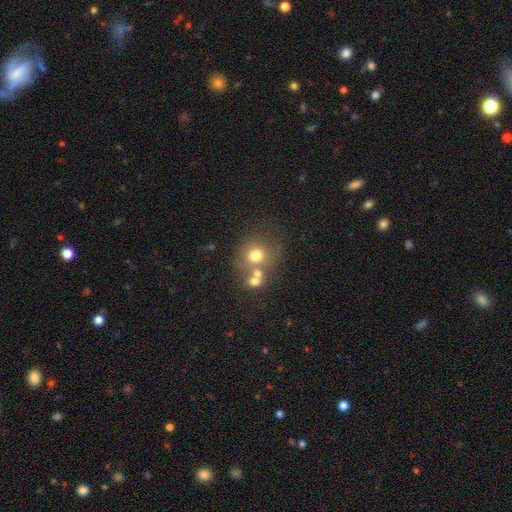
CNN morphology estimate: smooth-or-featured: smooth: 69% | featured or disk: 16% | star or artifact: 15%
  how-rounded: round: 83% | in between: 16% | cigar-shaped: 1%
  merging: none: 53% | merger: 32% | minor disturbance: 10% | major disturbance: 6%